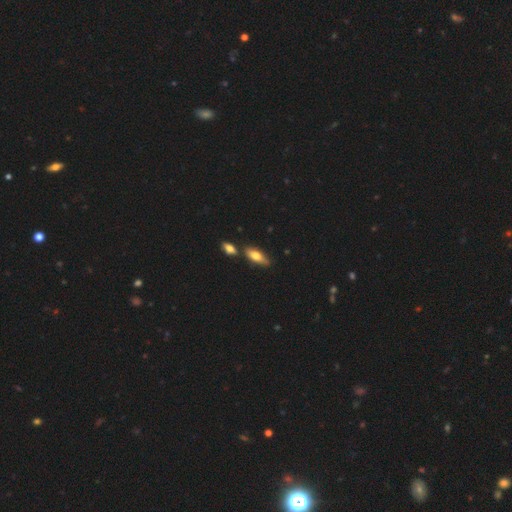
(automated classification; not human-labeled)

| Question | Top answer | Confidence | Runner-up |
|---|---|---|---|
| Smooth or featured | smooth | 69% | featured or disk (25%) |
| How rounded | in between | 68% | cigar-shaped (29%) |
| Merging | none | 69% | merger (15%) |